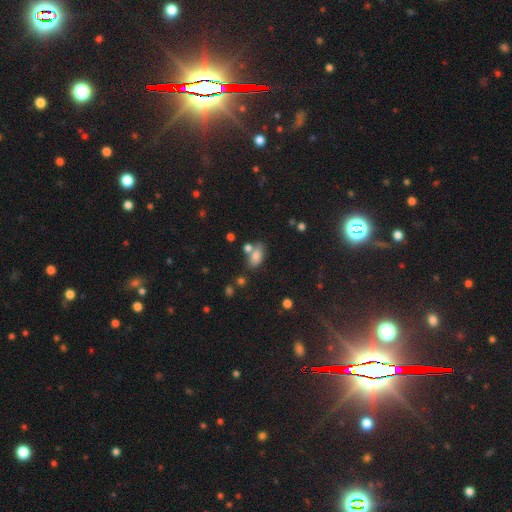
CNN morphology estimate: Smooth or featured? smooth (79%)
How rounded? in between (88%)
Merging? none (55%)